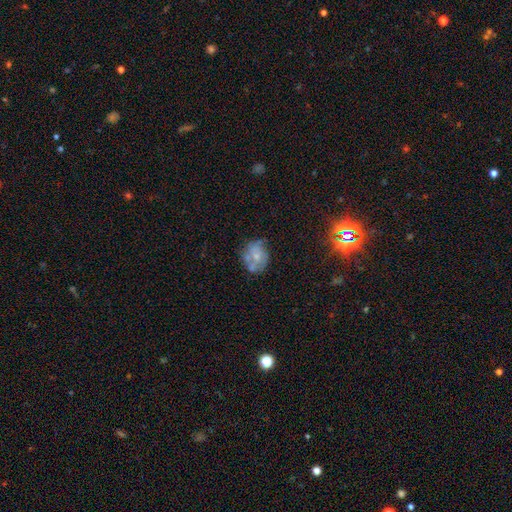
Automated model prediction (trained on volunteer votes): Smooth or featured? featured or disk (50%)
Merging? none (52%)